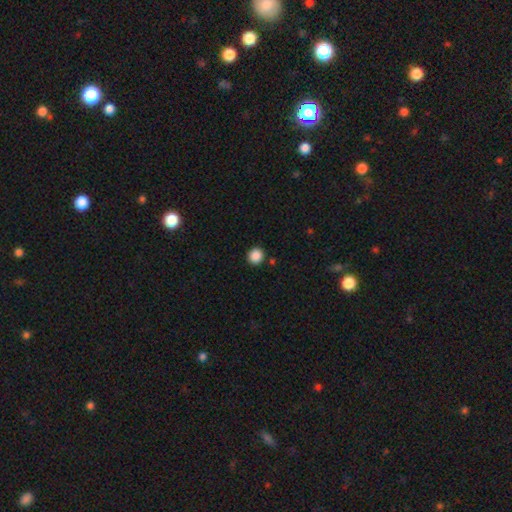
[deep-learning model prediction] Smooth or featured?
  - smooth: 88% *
  - star or artifact: 10%
  - featured or disk: 2%
How rounded?
  - round: 90% *
  - in between: 9%
  - cigar-shaped: 1%
Merging?
  - none: 90% *
  - minor disturbance: 6%
  - merger: 2%
  - major disturbance: 2%